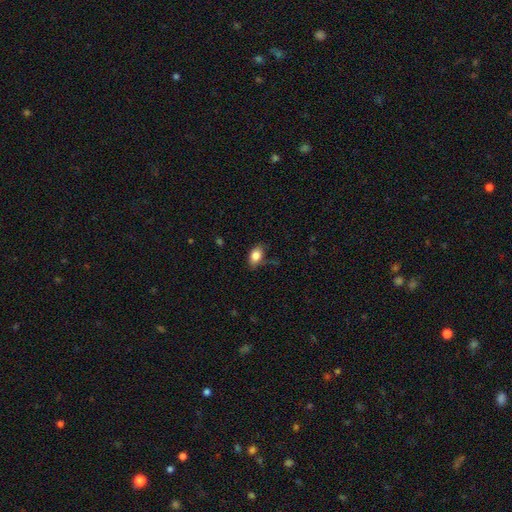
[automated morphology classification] This appears to be a smooth galaxy with no disk features (84%) that is in between round and cigar-shaped (85%). Merging: none (73%).